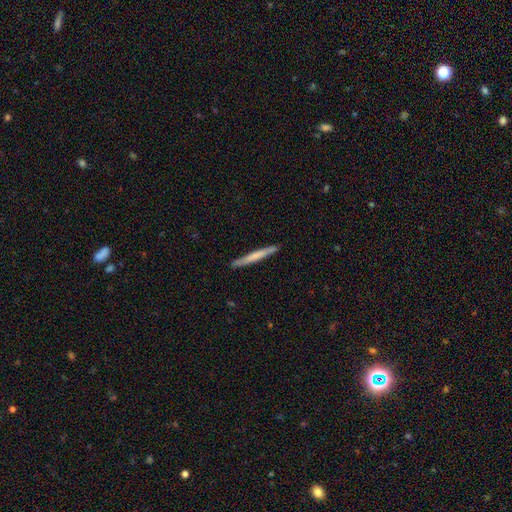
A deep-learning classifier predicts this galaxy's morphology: Smooth or featured? Predicted: smooth (p=0.59). How rounded? Predicted: cigar-shaped (p=0.97). Merging? Predicted: none (p=0.89).